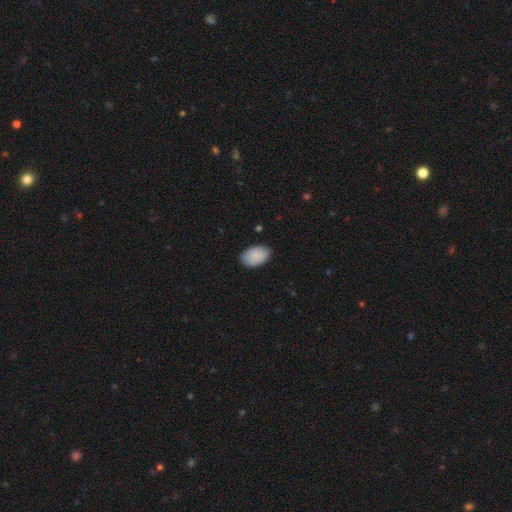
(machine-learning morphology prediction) smooth-or-featured: smooth: 89% | star or artifact: 6% | featured or disk: 5%
  how-rounded: in between: 92% | round: 7% | cigar-shaped: 1%
  merging: none: 83% | minor disturbance: 14% | major disturbance: 2% | merger: 1%